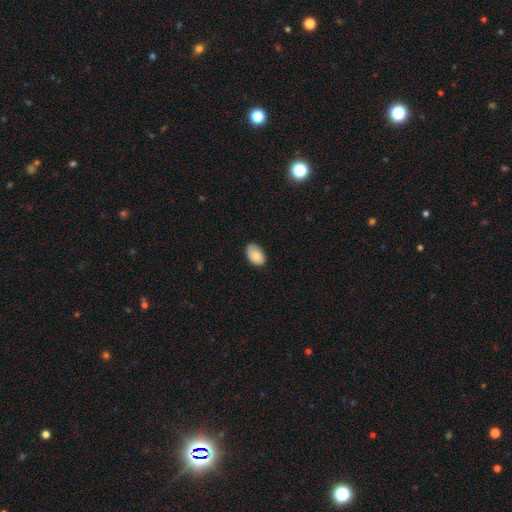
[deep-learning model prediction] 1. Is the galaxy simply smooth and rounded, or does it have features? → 85% smooth, 9% featured or disk, 7% star or artifact.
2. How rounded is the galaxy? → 91% in between, 7% round, 1% cigar-shaped.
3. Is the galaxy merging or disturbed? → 79% none, 18% minor disturbance, 3% major disturbance, 1% merger.